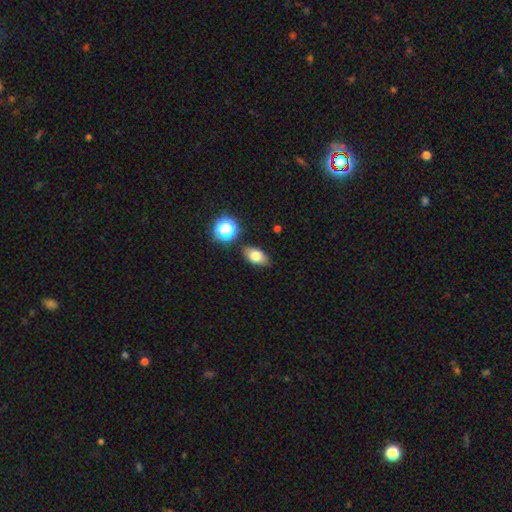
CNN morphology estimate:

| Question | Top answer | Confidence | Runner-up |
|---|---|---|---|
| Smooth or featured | smooth | 77% | featured or disk (12%) |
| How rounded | in between | 86% | round (11%) |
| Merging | none | 83% | minor disturbance (12%) |